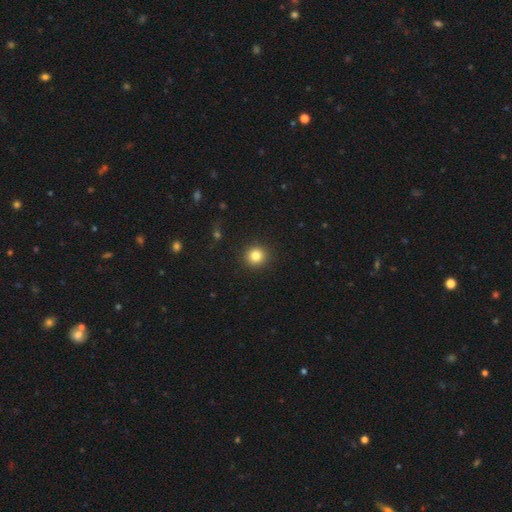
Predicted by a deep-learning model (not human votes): smooth_or_featured: smooth (p=0.82) [alt: star or artifact p=0.12]
how_rounded: round (p=0.91) [alt: in between p=0.08]
merging: none (p=0.92) [alt: minor disturbance p=0.05]